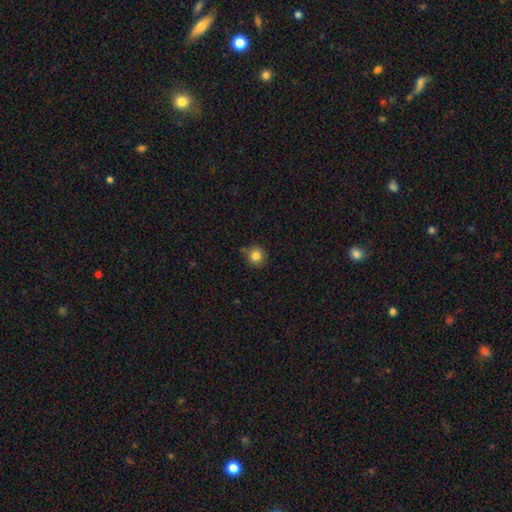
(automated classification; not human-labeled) This is clearly a smooth galaxy (83%). How rounded: clearly round (89%). Merging: likely none (76%).